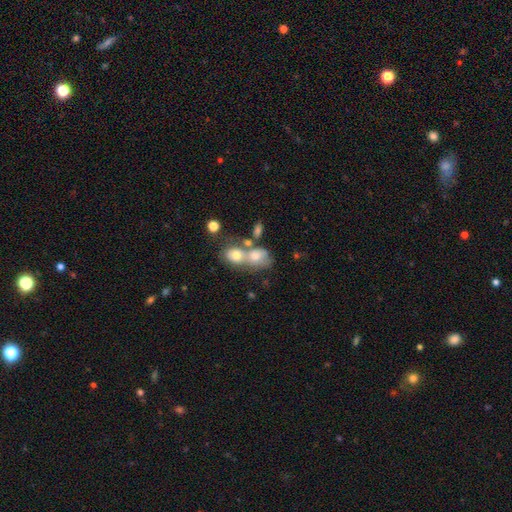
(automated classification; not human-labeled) Morphology: type=smooth (65%); roundness=in between (64%); merging=merger (65%).